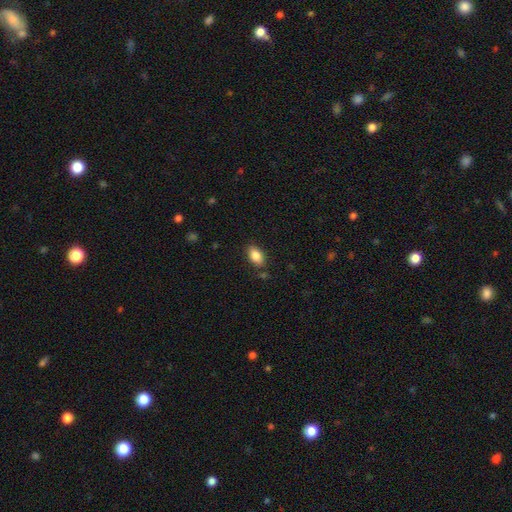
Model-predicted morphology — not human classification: A smooth galaxy with no disk features (86%) that is in between round and cigar-shaped (90%).

Vote fractions:
- Smooth or featured? smooth: 86% / star or artifact: 8% / featured or disk: 7%
- How rounded? in between: 90% / round: 7% / cigar-shaped: 2%
- Merging? none: 83% / minor disturbance: 12% / major disturbance: 3% / merger: 3%